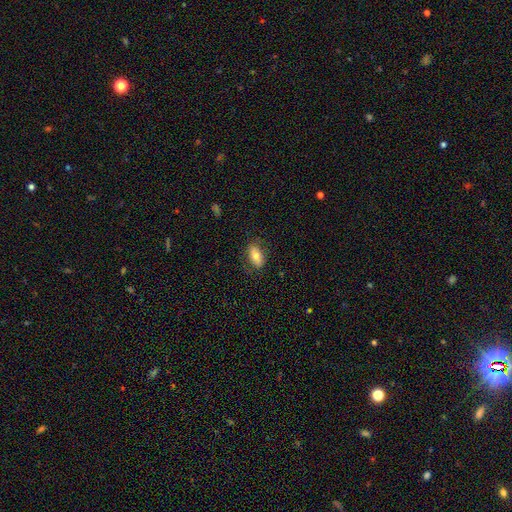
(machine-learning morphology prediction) Overall: smooth (72%). How rounded: in between (90%). Merging: none (78%).